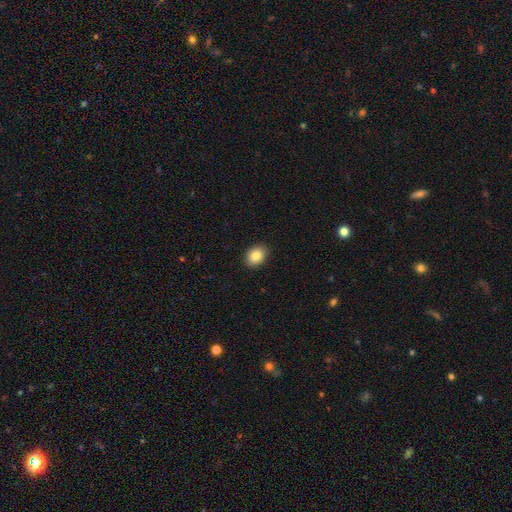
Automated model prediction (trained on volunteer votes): Overall: smooth (87%). How rounded: in between (64%; round 35%). Merging: none (90%).